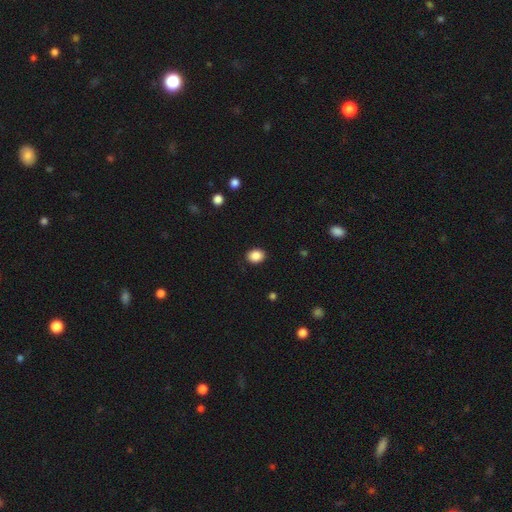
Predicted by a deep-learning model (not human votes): smooth-or-featured: smooth: 88% | star or artifact: 9% | featured or disk: 3%
  how-rounded: in between: 57% | round: 42% | cigar-shaped: 1%
  merging: none: 90% | minor disturbance: 7% | major disturbance: 2% | merger: 1%